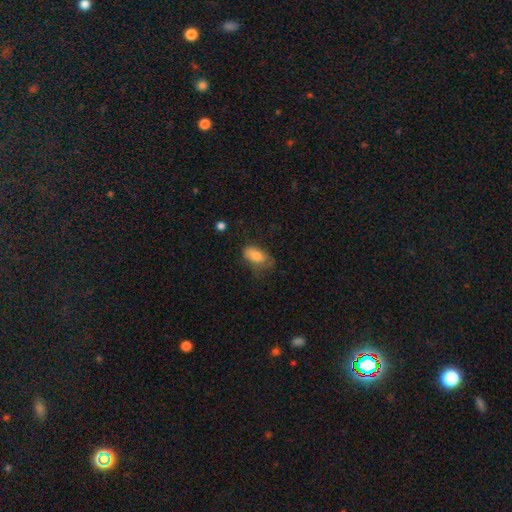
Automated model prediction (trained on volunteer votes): smooth 79%, featured or disk 13%, star or artifact 7%. Down the decision tree: how rounded — in between (91%); merging — none (45%).